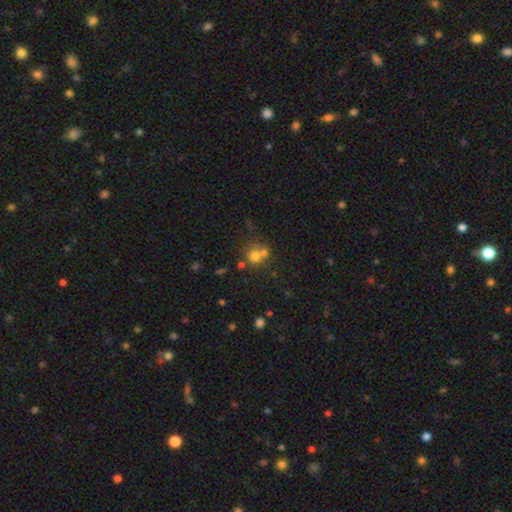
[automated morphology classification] type=smooth (68%); roundness=round (85%); merging=none (46%).